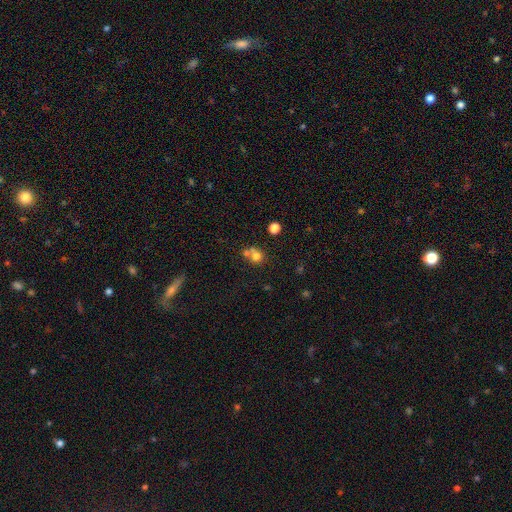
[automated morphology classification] This is likely a smooth galaxy (71%). How rounded: clearly round (82%). Merging: marginally merger (45%).